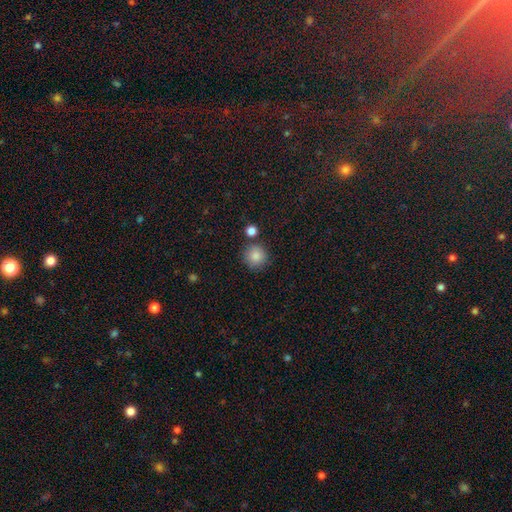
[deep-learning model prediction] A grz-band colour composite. It shows a smooth galaxy with no disk features (86%) that is round (93%). Merging: none (82%).